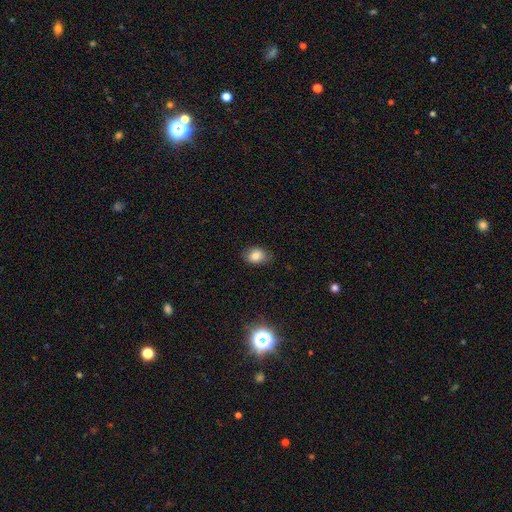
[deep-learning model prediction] Morphology: type=smooth (79%); roundness=in between (68%); merging=none (77%).